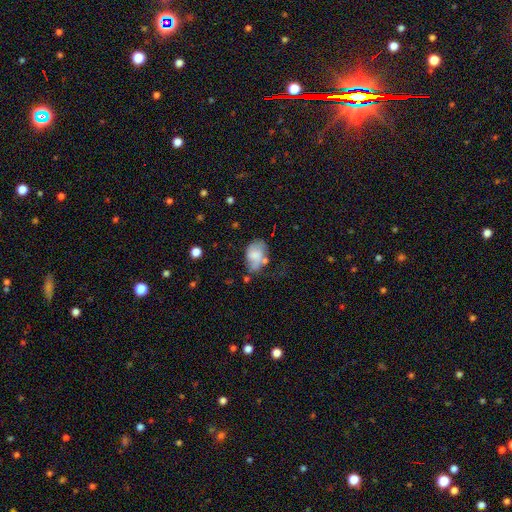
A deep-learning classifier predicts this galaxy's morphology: smooth 59%, featured or disk 32%, star or artifact 9%. Down the decision tree: how rounded — in between (79%); merging — none (36%).